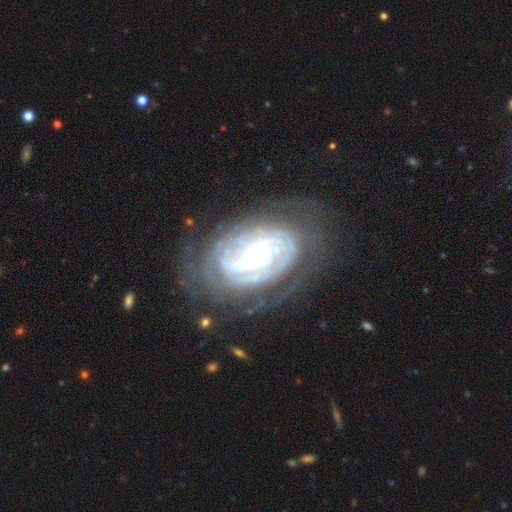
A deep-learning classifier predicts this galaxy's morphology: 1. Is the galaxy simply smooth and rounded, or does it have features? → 87% featured or disk, 7% smooth, 6% star or artifact.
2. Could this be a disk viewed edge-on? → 96% no, 4% yes.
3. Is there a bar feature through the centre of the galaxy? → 44% weak, 32% no, 24% strong.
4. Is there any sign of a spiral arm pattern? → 93% yes, 7% no.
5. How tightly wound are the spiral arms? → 72% tight, 22% medium, 6% loose.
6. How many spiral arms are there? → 43% can't tell, 24% 2, 12% 3, 9% 4, 7% more than 4, 5% 1.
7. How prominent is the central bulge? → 46% small, 44% moderate, 6% large, 2% none, 1% dominant.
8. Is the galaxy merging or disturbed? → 65% none, 20% minor disturbance, 13% major disturbance, 2% merger.